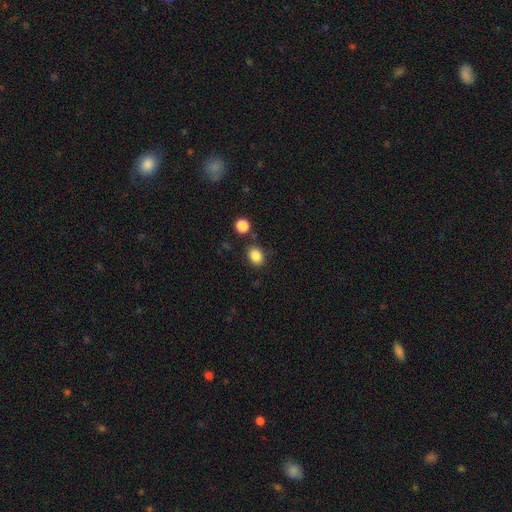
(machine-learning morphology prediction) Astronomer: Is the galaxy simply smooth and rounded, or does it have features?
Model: smooth — 86%.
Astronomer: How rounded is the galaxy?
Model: in between — 61% (runner-up: round, 38%).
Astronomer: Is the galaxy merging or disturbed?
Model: none — 79%.